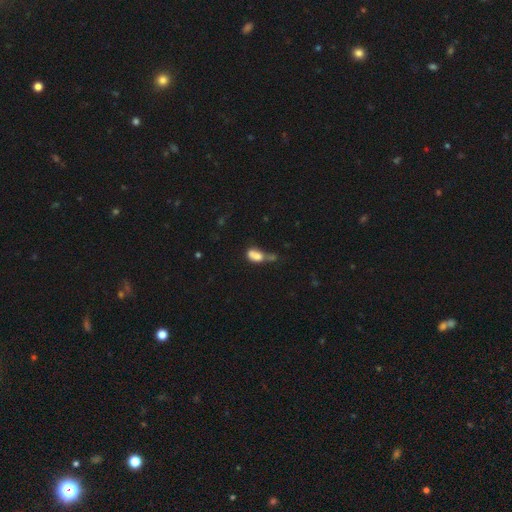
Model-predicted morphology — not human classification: Smooth or featured: smooth — 71% (featured or disk — 18%)
How rounded: in between — 78% (round — 14%)
Merging: merger — 41% (major disturbance — 20%)